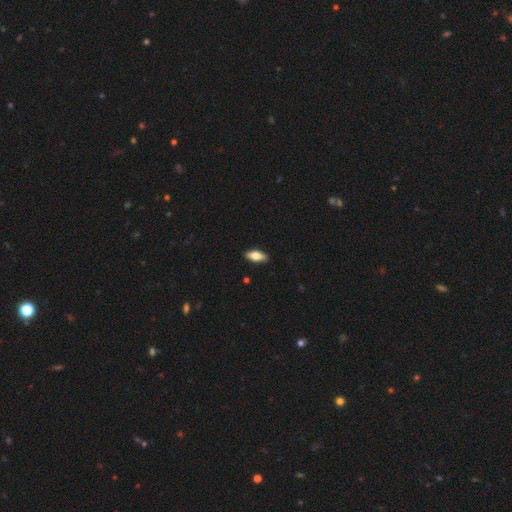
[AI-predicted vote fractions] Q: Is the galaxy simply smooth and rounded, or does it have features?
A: smooth — 71%.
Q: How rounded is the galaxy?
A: in between — 81%.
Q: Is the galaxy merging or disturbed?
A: none — 89%.